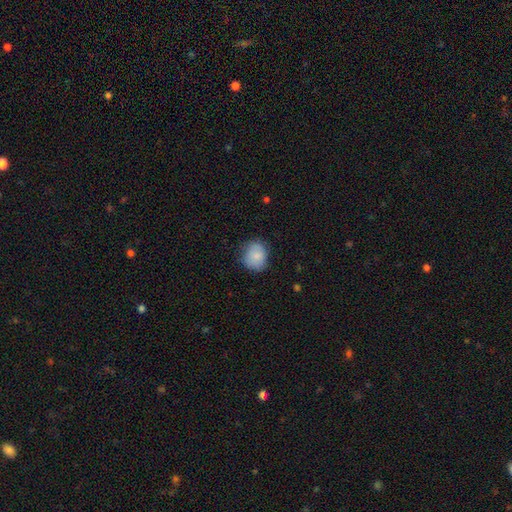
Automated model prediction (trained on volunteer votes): Smooth or featured?
  - smooth: 83% *
  - featured or disk: 10%
  - star or artifact: 7%
How rounded?
  - round: 58% *
  - in between: 41%
  - cigar-shaped: 1%
Merging?
  - none: 69% *
  - minor disturbance: 25%
  - major disturbance: 6%
  - merger: 1%